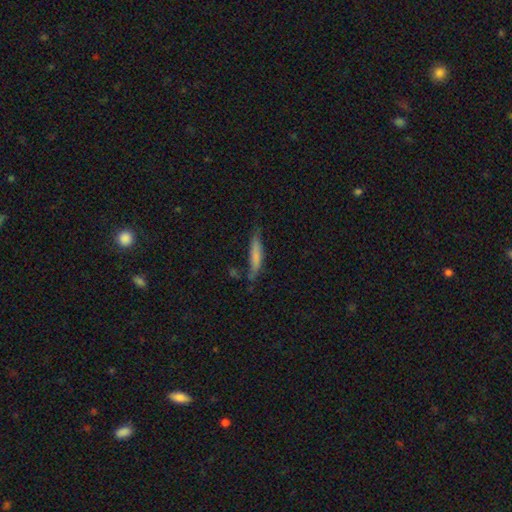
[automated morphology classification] A smooth galaxy with no disk features (71%) that is cigar-shaped (86%). Merging: none (62%).